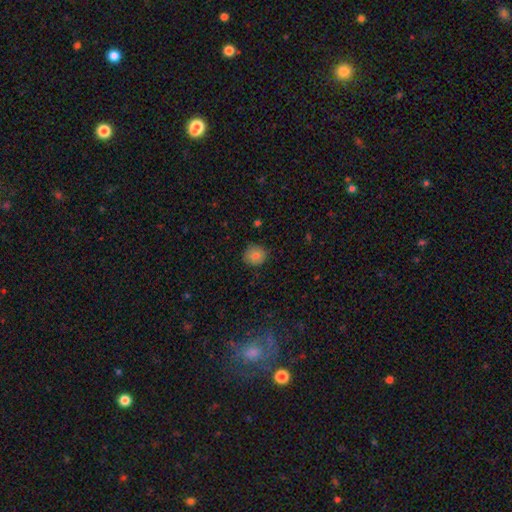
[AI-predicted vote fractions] This is clearly a smooth galaxy (82%). How rounded: clearly round (87%). Merging: clearly none (84%).